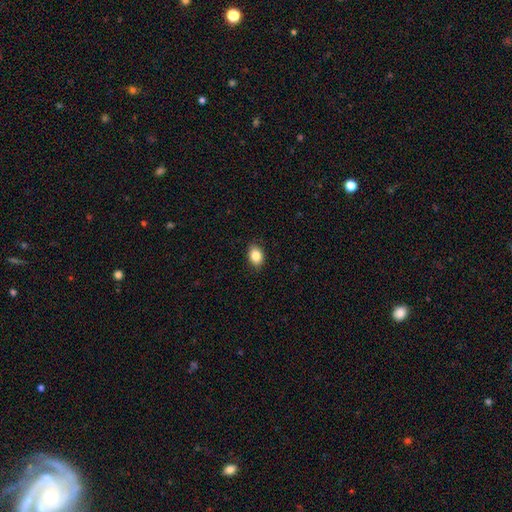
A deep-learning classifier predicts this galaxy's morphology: Q: Smooth or featured?
A: smooth (85%); runner-up: star or artifact (9%)
Q: How rounded?
A: in between (76%); runner-up: round (23%)
Q: Merging?
A: none (88%); runner-up: minor disturbance (9%)